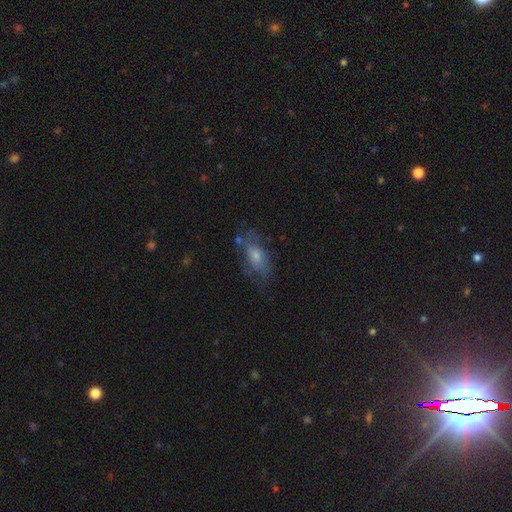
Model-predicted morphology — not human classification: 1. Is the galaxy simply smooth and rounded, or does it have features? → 44% smooth (tied), 44% featured or disk (tied), 12% star or artifact.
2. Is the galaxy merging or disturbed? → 59% none, 23% minor disturbance, 15% major disturbance, 4% merger.